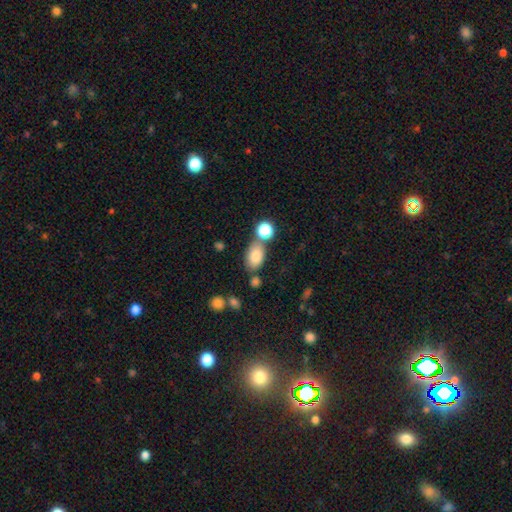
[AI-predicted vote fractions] Smooth or featured: smooth — 81% (star or artifact — 10%)
How rounded: in between — 88% (round — 11%)
Merging: none — 67% (merger — 15%)